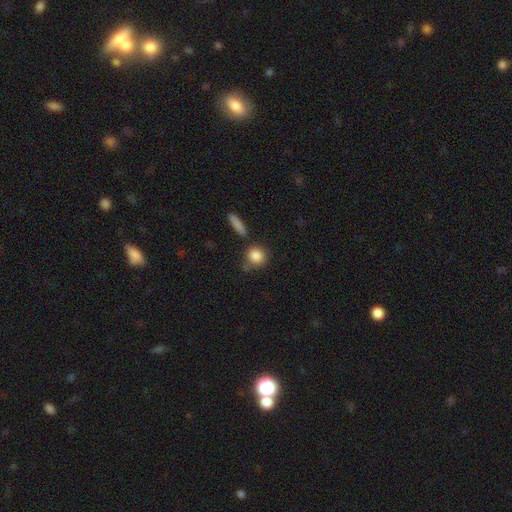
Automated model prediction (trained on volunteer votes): Q: Smooth or featured?
A: smooth (86%); runner-up: star or artifact (8%)
Q: How rounded?
A: round (82%); runner-up: in between (15%)
Q: Merging?
A: none (72%); runner-up: minor disturbance (13%)